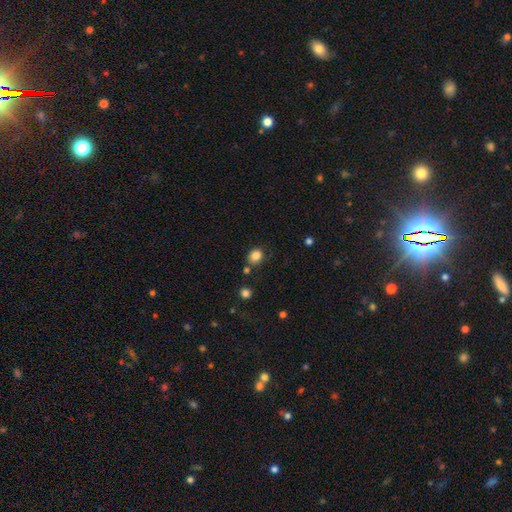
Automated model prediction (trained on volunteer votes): This appears to be a smooth galaxy with no disk features (84%) that is round (67%). Merging: none (75%).